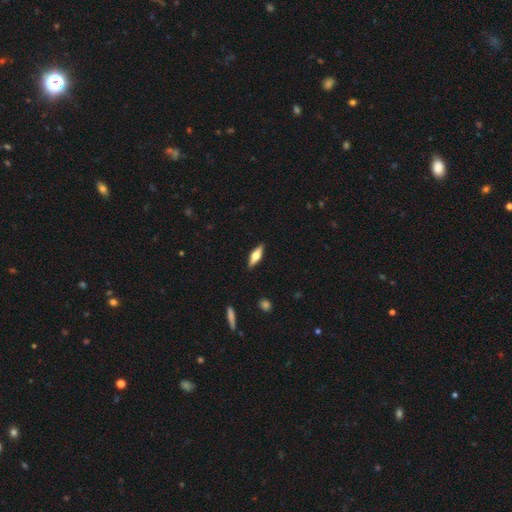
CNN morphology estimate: This is possibly a smooth galaxy (47%, tied with featured or disk). Merging: clearly none (89%).